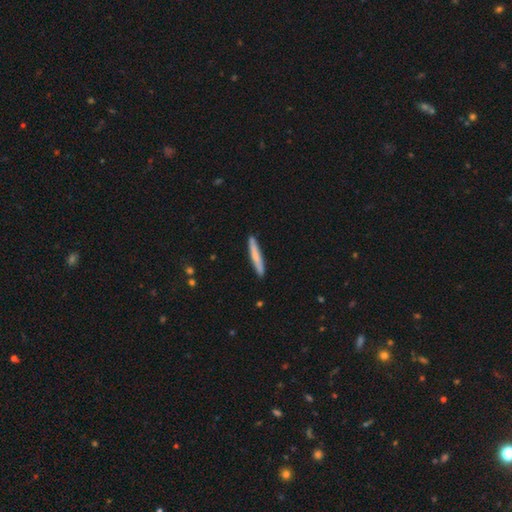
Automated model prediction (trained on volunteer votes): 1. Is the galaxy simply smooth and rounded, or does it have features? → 67% smooth, 28% featured or disk, 6% star or artifact.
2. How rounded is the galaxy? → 95% cigar-shaped, 4% in between, 1% round.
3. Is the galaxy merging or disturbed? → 90% none, 8% minor disturbance, 1% major disturbance, 1% merger.